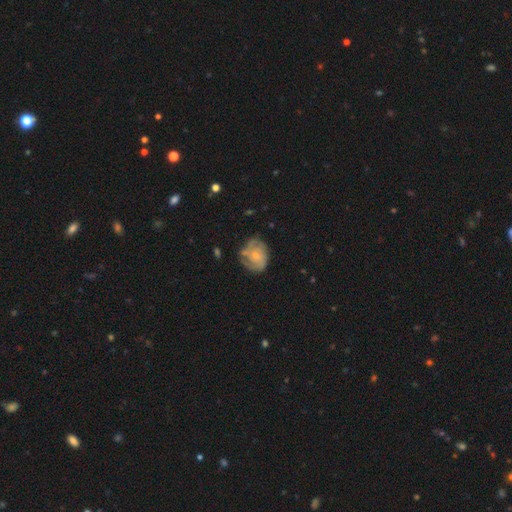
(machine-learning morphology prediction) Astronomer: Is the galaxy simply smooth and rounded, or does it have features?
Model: featured or disk — 55% (runner-up: smooth, 37%).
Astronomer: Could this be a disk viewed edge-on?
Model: no — 97%.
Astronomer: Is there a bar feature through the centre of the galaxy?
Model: no — 81%.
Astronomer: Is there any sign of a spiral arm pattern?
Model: yes — 68%.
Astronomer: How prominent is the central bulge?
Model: small — 71%.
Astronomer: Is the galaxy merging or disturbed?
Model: none — 54%.